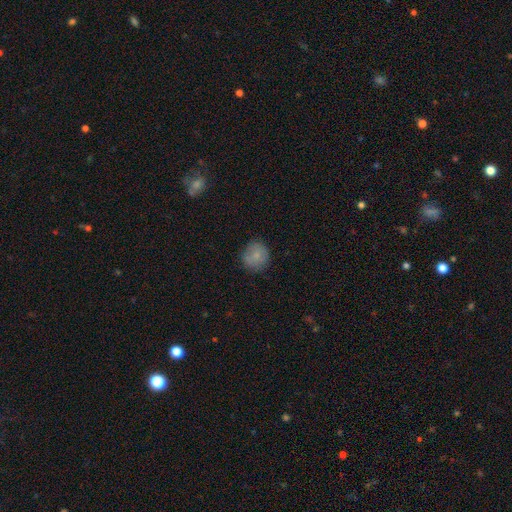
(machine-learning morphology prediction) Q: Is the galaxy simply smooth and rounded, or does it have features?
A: smooth — 80%.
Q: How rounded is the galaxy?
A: round — 89%.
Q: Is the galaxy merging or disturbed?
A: none — 79%.